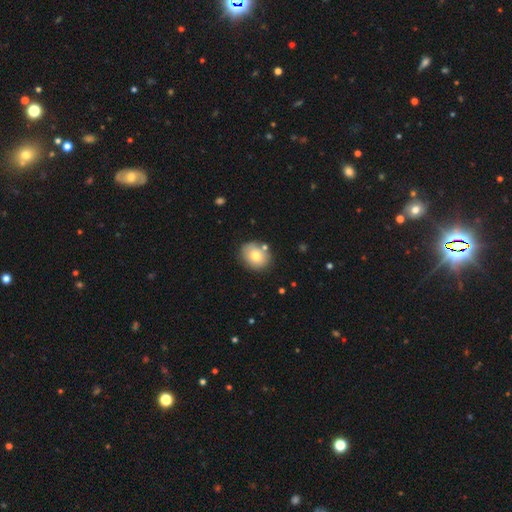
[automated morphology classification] smooth_or_featured: smooth (p=0.77) [alt: featured or disk p=0.15]
how_rounded: round (p=0.56) [alt: in between p=0.43]
merging: none (p=0.78) [alt: minor disturbance p=0.13]